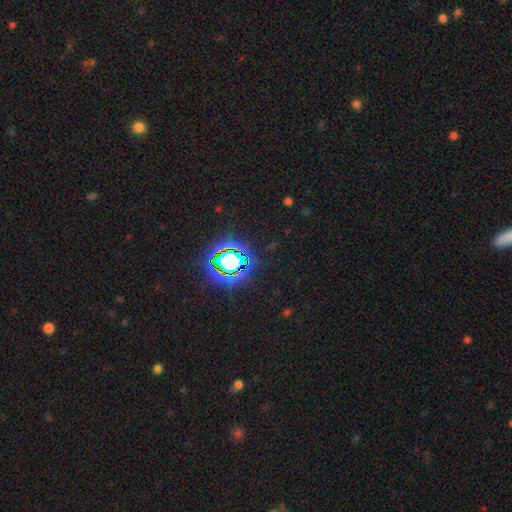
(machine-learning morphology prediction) Smooth or featured?
  - star or artifact: 81% *
  - smooth: 12%
  - featured or disk: 7%